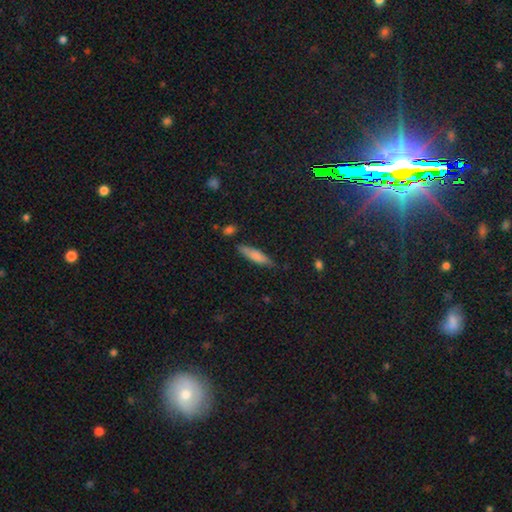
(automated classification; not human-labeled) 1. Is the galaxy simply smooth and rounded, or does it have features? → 78% smooth, 16% featured or disk, 6% star or artifact.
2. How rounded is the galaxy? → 70% cigar-shaped, 28% in between, 2% round.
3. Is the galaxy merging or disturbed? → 76% none, 18% minor disturbance, 3% major disturbance, 3% merger.